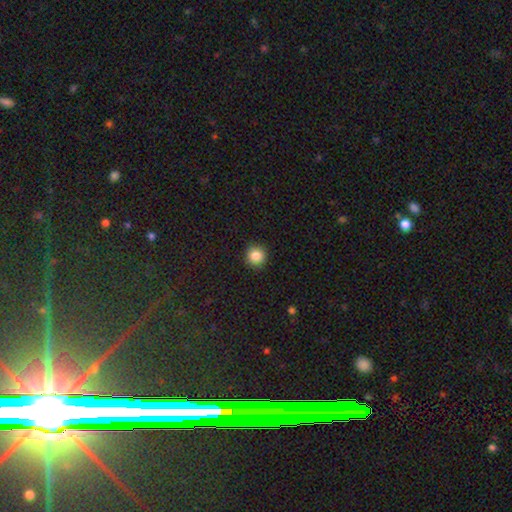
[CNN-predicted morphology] type=smooth (85%); roundness=round (94%); merging=none (92%).